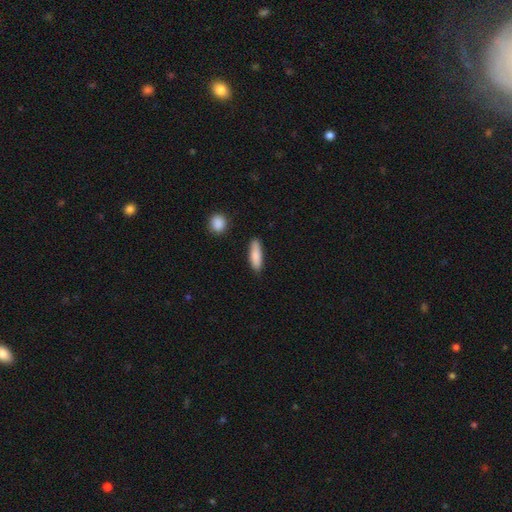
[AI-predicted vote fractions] Smooth or featured? Predicted: smooth (p=0.86). How rounded? Predicted: cigar-shaped (p=0.53). Merging? Predicted: none (p=0.83).